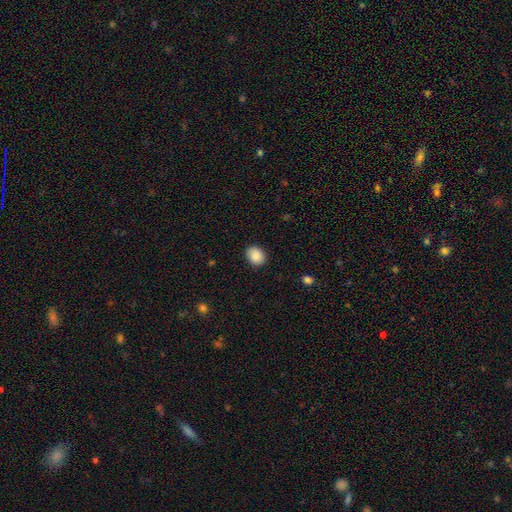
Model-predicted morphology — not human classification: type=smooth (87%); roundness=in between (50%); merging=none (88%).